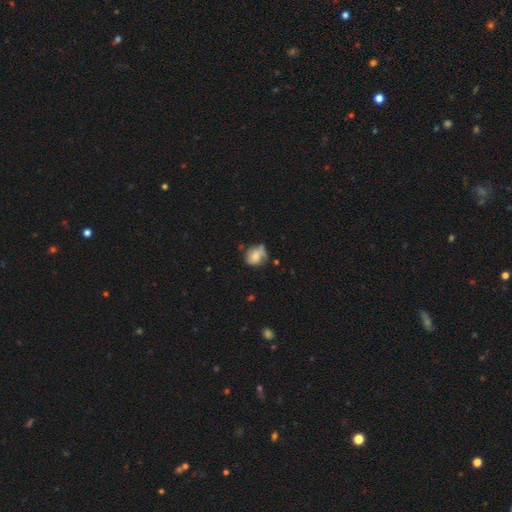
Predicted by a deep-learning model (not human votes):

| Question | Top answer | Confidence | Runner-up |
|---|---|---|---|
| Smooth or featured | smooth | 61% | featured or disk (30%) |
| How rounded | round | 56% | in between (43%) |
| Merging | none | 44% | minor disturbance (34%) |